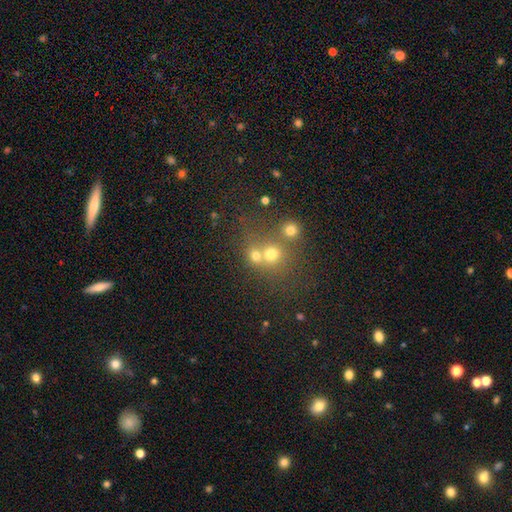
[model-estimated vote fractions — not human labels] Overall: smooth (69%). How rounded: round (81%). Merging: none (46%; merger 42%).